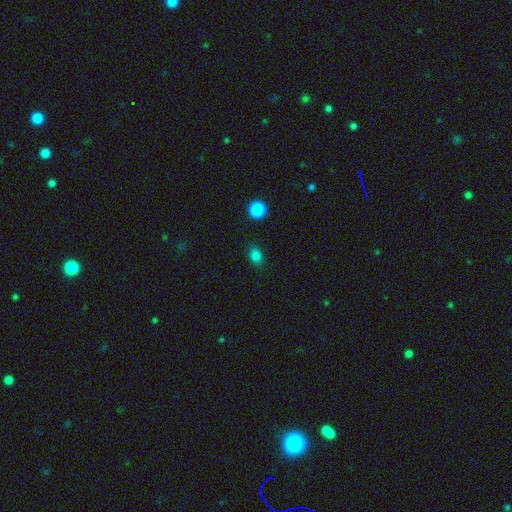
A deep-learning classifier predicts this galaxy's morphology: Smooth or featured? smooth (82%)
How rounded? round (50%)
Merging? none (86%)